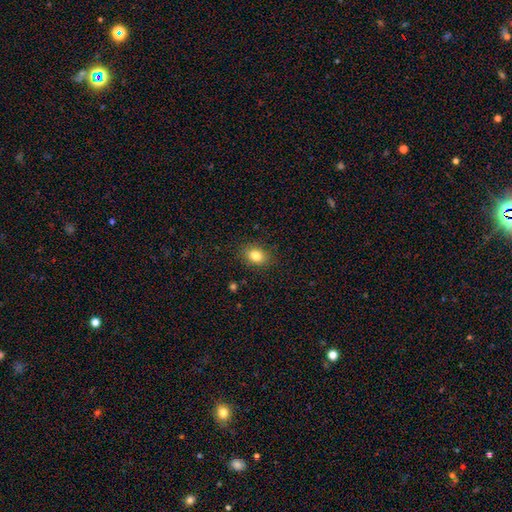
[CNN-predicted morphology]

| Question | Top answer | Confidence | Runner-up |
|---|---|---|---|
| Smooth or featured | smooth | 83% | star or artifact (10%) |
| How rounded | in between | 67% | round (32%) |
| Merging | none | 87% | minor disturbance (10%) |